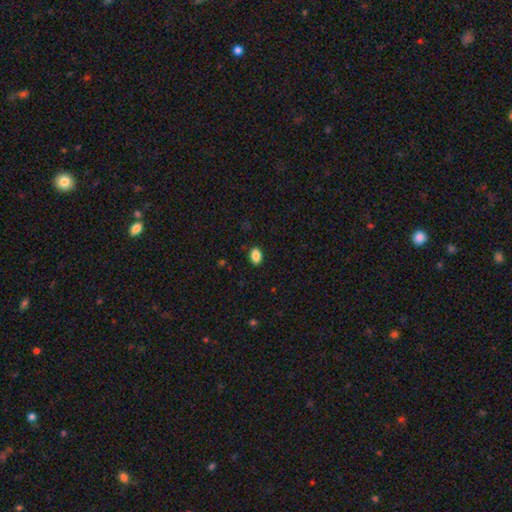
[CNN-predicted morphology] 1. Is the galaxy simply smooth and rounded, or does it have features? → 88% smooth, 9% star or artifact, 3% featured or disk.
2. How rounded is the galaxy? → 85% in between, 14% round, 1% cigar-shaped.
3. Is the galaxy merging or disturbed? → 89% none, 8% minor disturbance, 2% major disturbance, 1% merger.